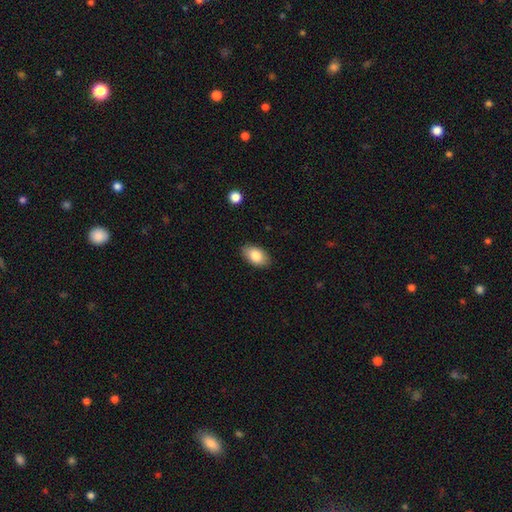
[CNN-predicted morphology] smooth-or-featured: smooth: 83% | featured or disk: 11% | star or artifact: 7%
  how-rounded: in between: 92% | round: 6% | cigar-shaped: 1%
  merging: none: 87% | minor disturbance: 10% | major disturbance: 2% | merger: 1%